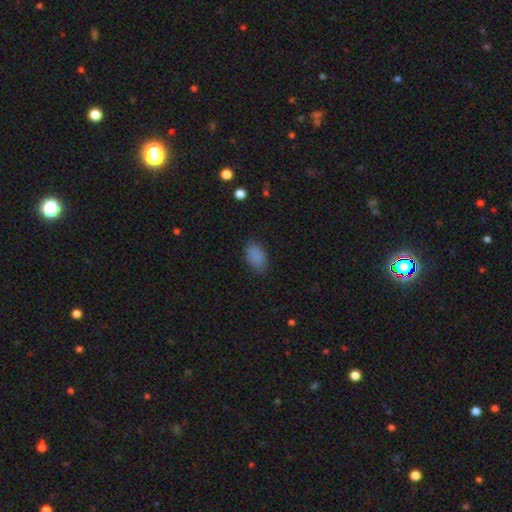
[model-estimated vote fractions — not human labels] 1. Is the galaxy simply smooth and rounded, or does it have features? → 86% smooth, 10% star or artifact, 4% featured or disk.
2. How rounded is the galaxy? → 90% in between, 9% round, 1% cigar-shaped.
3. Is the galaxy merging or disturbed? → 80% none, 15% minor disturbance, 4% major disturbance, 1% merger.